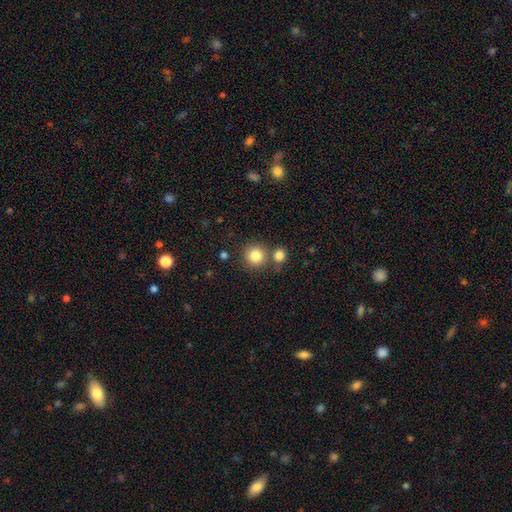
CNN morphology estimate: smooth 83%, star or artifact 10%, featured or disk 6%. Down the decision tree: how rounded — round (92%); merging — none (72%).